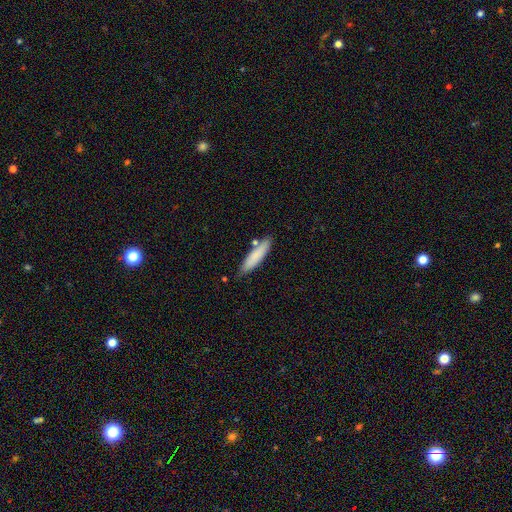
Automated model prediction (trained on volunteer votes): A smooth galaxy with no disk features (80%) that is cigar-shaped (80%). Merging: none (76%).